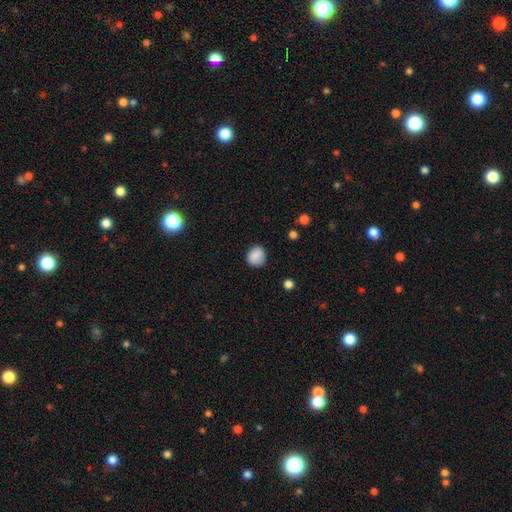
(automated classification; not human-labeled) Smooth or featured? smooth (85%)
How rounded? round (75%)
Merging? none (80%)